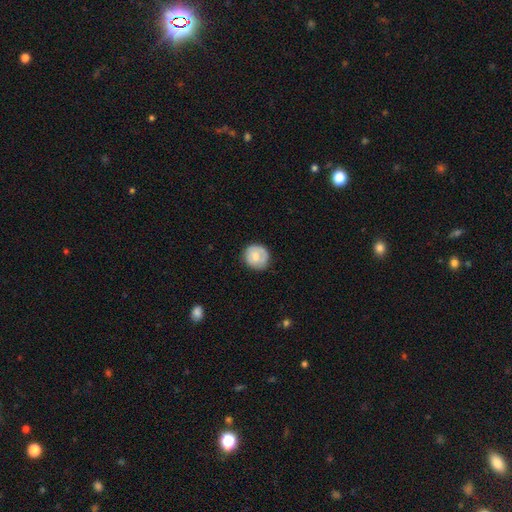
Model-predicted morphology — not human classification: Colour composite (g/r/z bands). It shows a smooth galaxy with no disk features (74%) that is round (90%). Merging: none (79%).